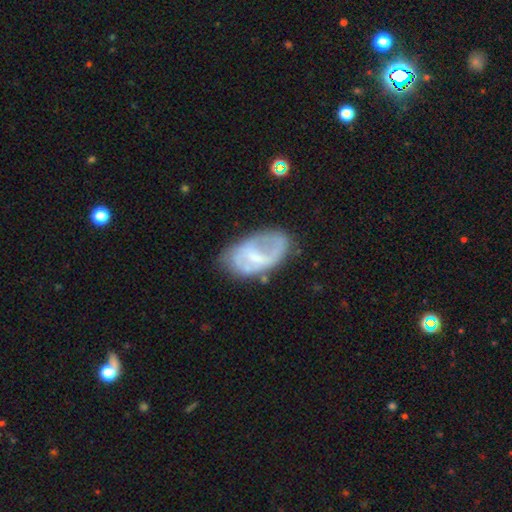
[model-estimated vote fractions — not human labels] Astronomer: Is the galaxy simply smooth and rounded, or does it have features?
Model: featured or disk — 56% (runner-up: smooth, 36%).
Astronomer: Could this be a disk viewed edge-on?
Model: no — 95%.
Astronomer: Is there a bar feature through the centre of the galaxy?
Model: weak — 45% (runner-up: no, 39%).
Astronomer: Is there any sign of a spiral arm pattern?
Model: yes — 57% (runner-up: no, 43%).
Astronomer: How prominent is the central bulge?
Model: small — 40% (runner-up: none, 30%).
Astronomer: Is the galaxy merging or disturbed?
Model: none — 54%.